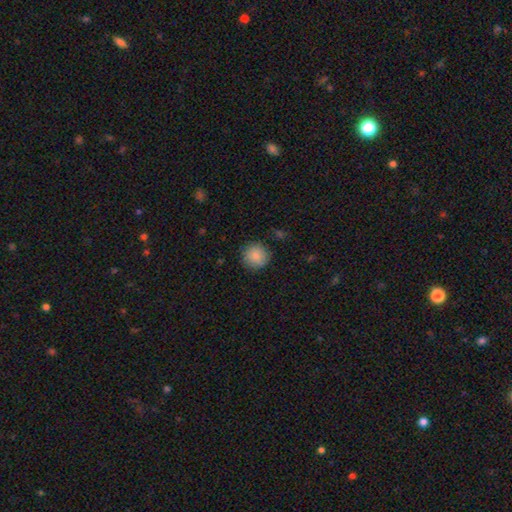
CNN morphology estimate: A smooth galaxy with no disk features (87%) that is round (93%).

Vote fractions:
- Smooth or featured? smooth: 87% / star or artifact: 8% / featured or disk: 5%
- How rounded? round: 93% / in between: 6% / cigar-shaped: 1%
- Merging? none: 87% / minor disturbance: 9% / major disturbance: 3% / merger: 1%